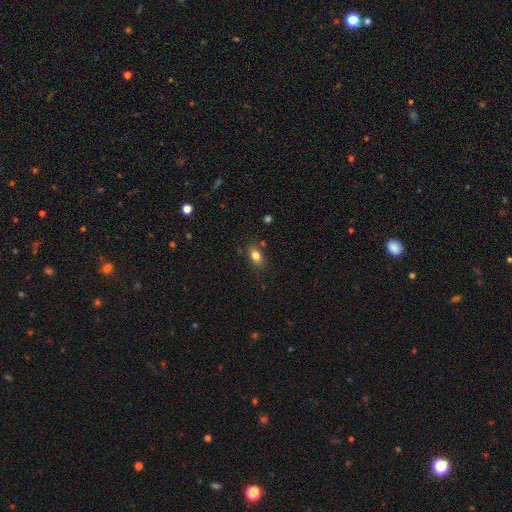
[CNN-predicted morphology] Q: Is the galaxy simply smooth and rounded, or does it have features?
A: smooth — 82%.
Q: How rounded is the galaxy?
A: in between — 84%.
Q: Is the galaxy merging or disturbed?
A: none — 81%.